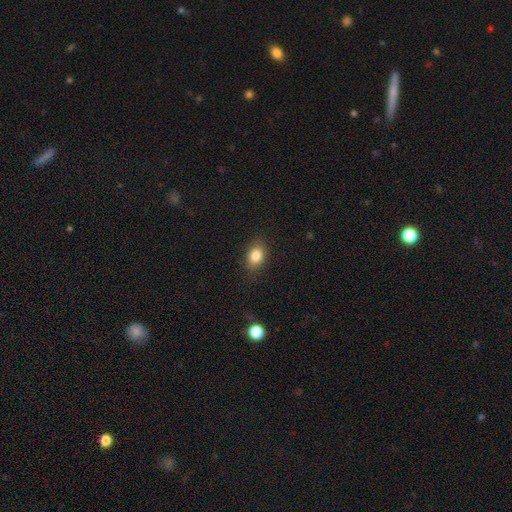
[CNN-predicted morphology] Smooth or featured? Predicted: smooth (p=0.83). How rounded? Predicted: in between (p=0.71). Merging? Predicted: none (p=0.85).